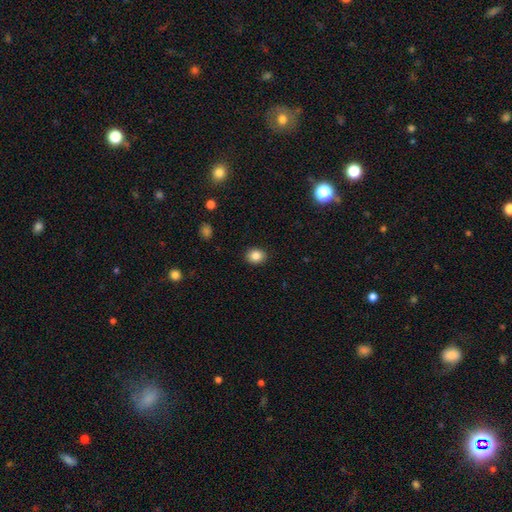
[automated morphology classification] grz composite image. It shows a smooth galaxy with no disk features (85%) that is round (57%). Merging: none (90%).